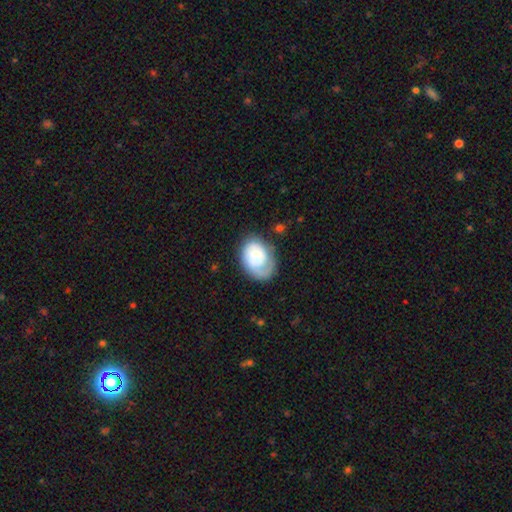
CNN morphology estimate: type=featured or disk (48%); merging=none (54%).